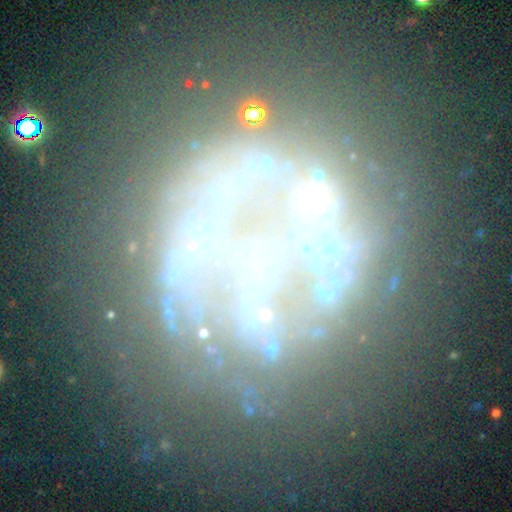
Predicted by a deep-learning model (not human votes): A featured or disk galaxy (66%) with no bar (81%), no spiral arms (80%) and no central bulge (71%).

Vote fractions:
- Smooth or featured? featured or disk: 66% / star or artifact: 22% / smooth: 12%
- Edge-on disk? no: 98% / yes: 2%
- Bar? no: 81% / weak: 12% / strong: 7%
- Spiral arms? no: 80% / yes: 20%
- Bulge size? none: 71% / small: 15% / moderate: 10% / large: 2% / dominant: 2%
- Merging? none: 50% / major disturbance: 25% / minor disturbance: 16% / merger: 9%